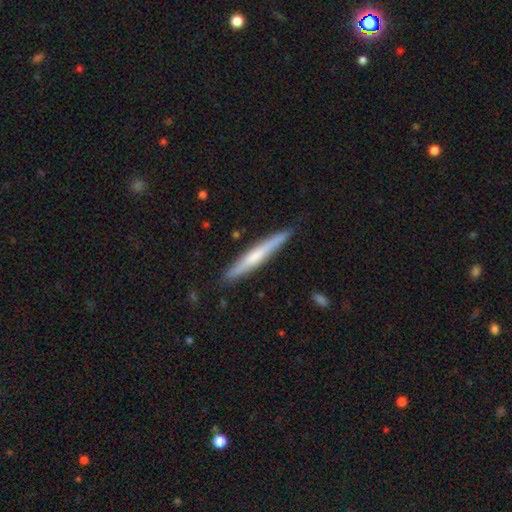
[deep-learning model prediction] This is possibly a smooth galaxy (50%). Merging: clearly none (88%).